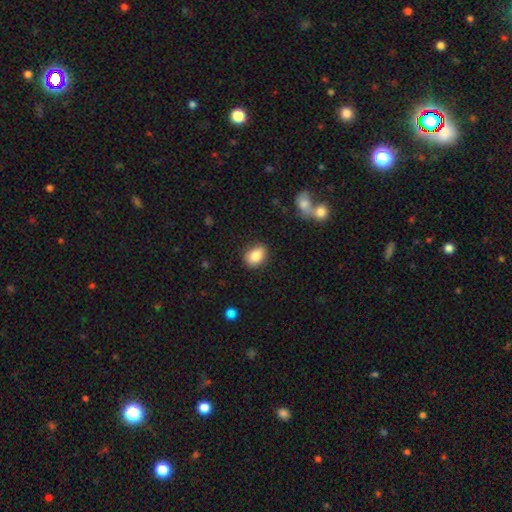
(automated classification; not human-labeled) The model was most divided on "how rounded": in between: 76%, round: 23%, cigar-shaped: 1%. More confident: smooth or featured — smooth (85%); merging — none (85%).